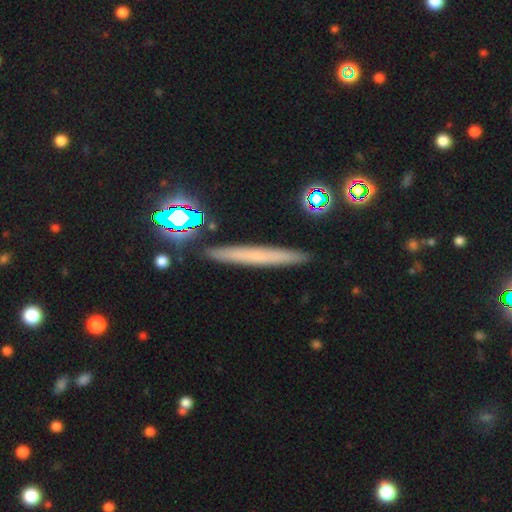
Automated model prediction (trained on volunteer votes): Morphology: type=smooth (47%); merging=none (89%).